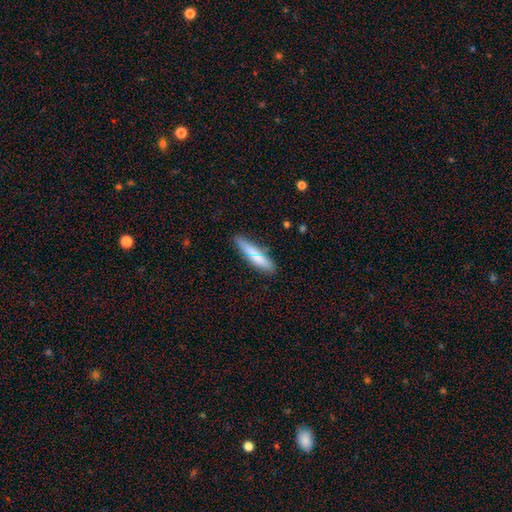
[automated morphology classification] Q: Smooth or featured?
A: smooth (75%); runner-up: featured or disk (19%)
Q: How rounded?
A: cigar-shaped (84%); runner-up: in between (14%)
Q: Merging?
A: none (79%); runner-up: minor disturbance (15%)